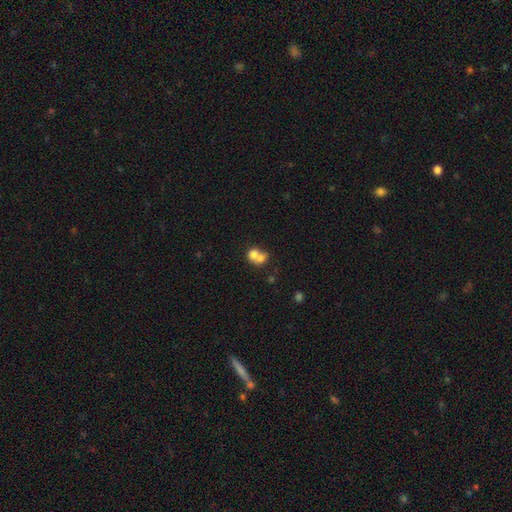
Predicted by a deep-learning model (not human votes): Morphology: type=smooth (70%); roundness=round (65%); merging=merger (70%).